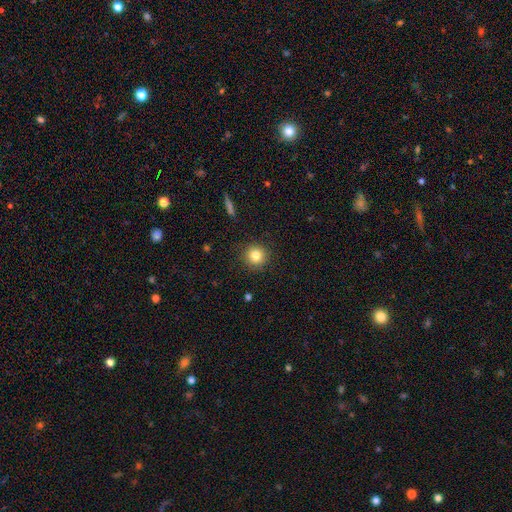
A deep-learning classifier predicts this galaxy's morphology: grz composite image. It shows a smooth galaxy with no disk features (82%) that is round (94%). Merging: none (91%).